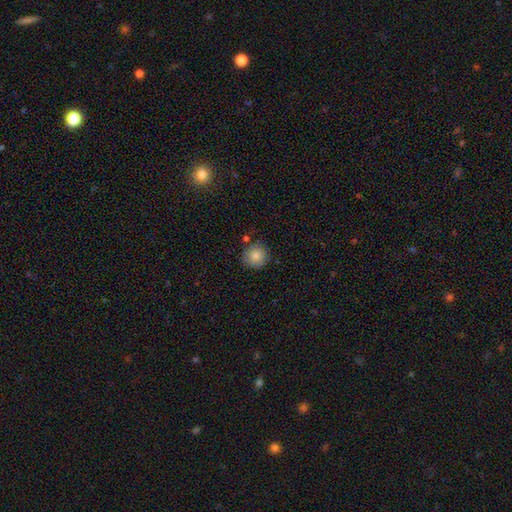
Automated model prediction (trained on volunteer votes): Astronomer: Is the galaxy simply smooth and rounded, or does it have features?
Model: smooth — 84%.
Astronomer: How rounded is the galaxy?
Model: round — 93%.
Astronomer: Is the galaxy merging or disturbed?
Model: none — 82%.